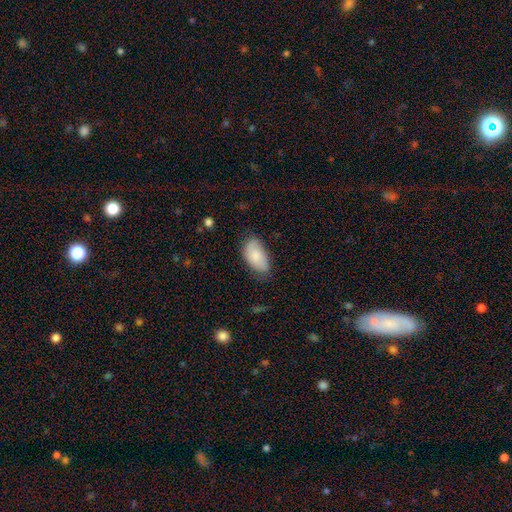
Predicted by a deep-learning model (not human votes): Smooth or featured? Predicted: smooth (p=0.80). How rounded? Predicted: in between (p=0.95). Merging? Predicted: none (p=0.63).